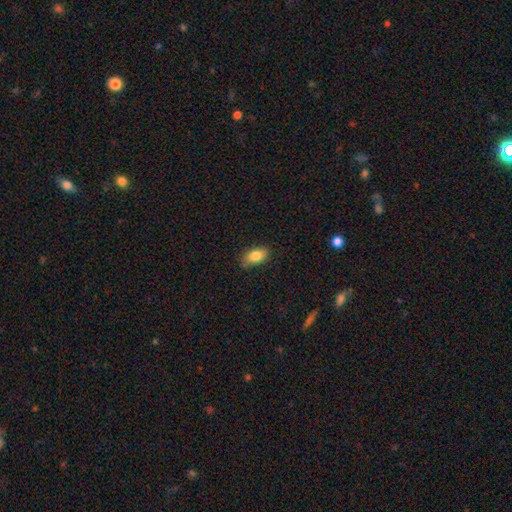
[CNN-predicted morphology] smooth_or_featured: smooth (p=0.82) [alt: featured or disk p=0.11]
how_rounded: in between (p=0.90) [alt: round p=0.06]
merging: none (p=0.80) [alt: minor disturbance p=0.17]